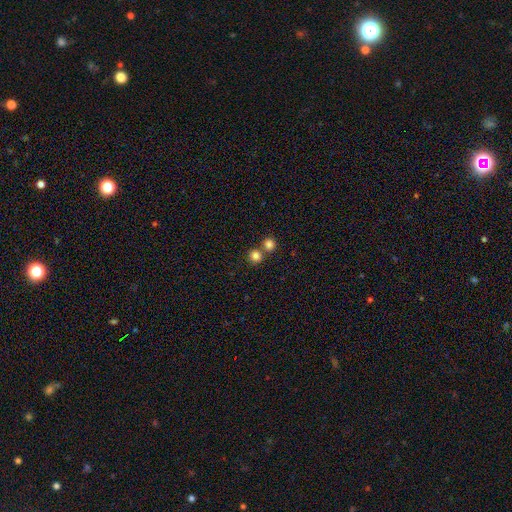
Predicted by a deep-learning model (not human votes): smooth_or_featured: smooth (p=0.82) [alt: star or artifact p=0.12]
how_rounded: round (p=0.90) [alt: in between p=0.09]
merging: none (p=0.63) [alt: merger p=0.29]